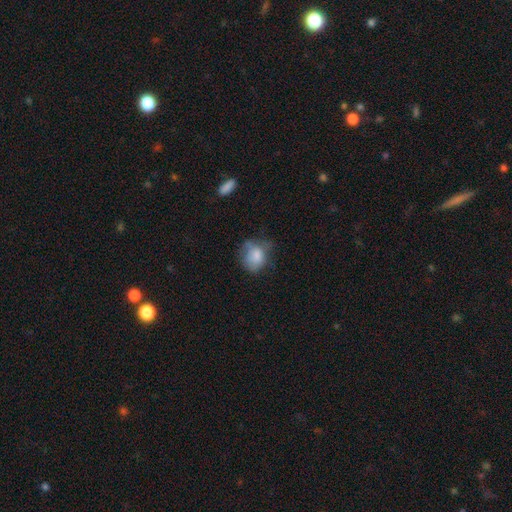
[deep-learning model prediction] Smooth or featured? Predicted: smooth (p=0.75). How rounded? Predicted: round (p=0.56). Merging? Predicted: none (p=0.44).